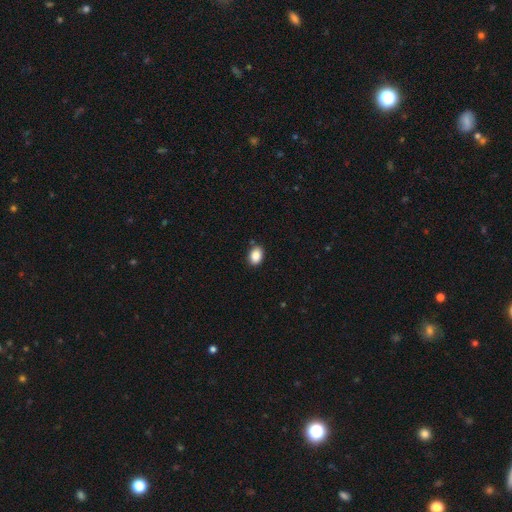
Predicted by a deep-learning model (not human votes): A smooth galaxy with no disk features (88%) that is in between round and cigar-shaped (76%). Merging: none (81%).